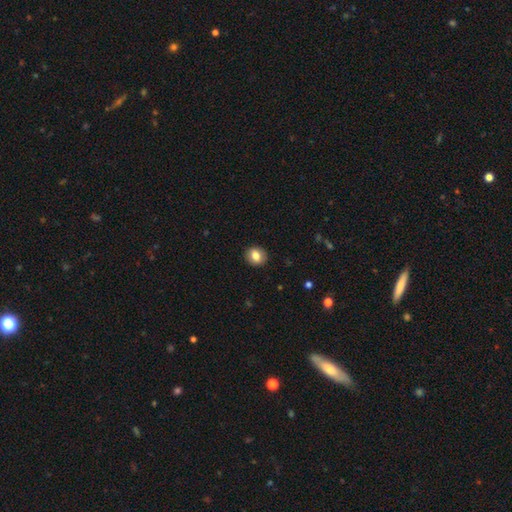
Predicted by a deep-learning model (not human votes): A smooth galaxy with no disk features (81%) that is round (78%). Merging: none (90%).